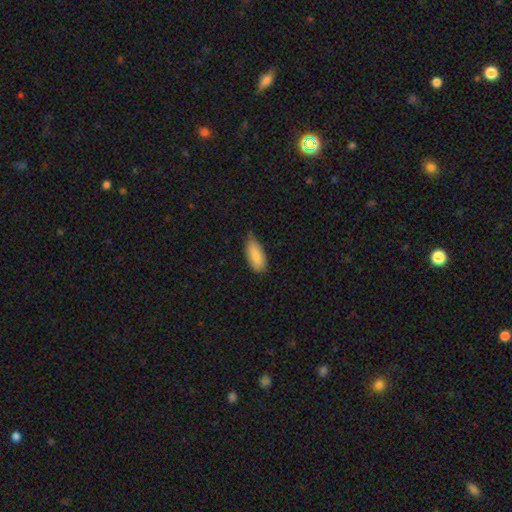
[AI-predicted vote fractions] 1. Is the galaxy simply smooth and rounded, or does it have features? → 85% smooth, 9% featured or disk, 6% star or artifact.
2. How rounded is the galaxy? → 86% in between, 12% cigar-shaped, 2% round.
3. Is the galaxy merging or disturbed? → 58% none, 36% minor disturbance, 5% major disturbance, 1% merger.